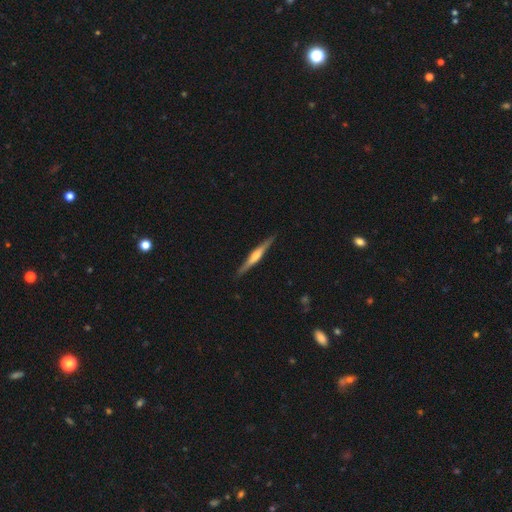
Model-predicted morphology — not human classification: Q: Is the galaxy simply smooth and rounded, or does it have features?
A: featured or disk — 67%.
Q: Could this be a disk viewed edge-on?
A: yes — 98%.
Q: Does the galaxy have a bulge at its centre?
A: rounded — 70%.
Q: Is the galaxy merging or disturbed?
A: none — 90%.